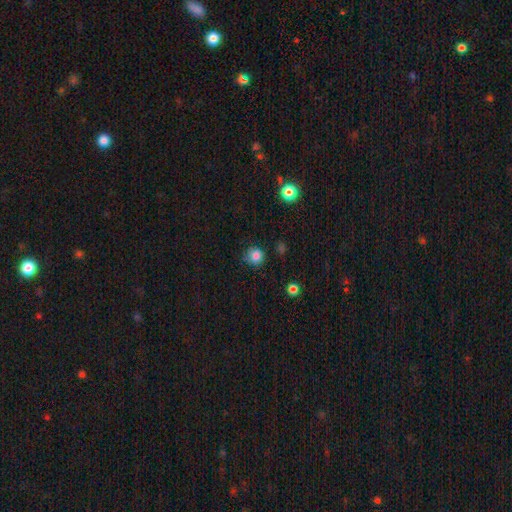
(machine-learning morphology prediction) type=smooth (80%); roundness=round (87%); merging=none (76%).